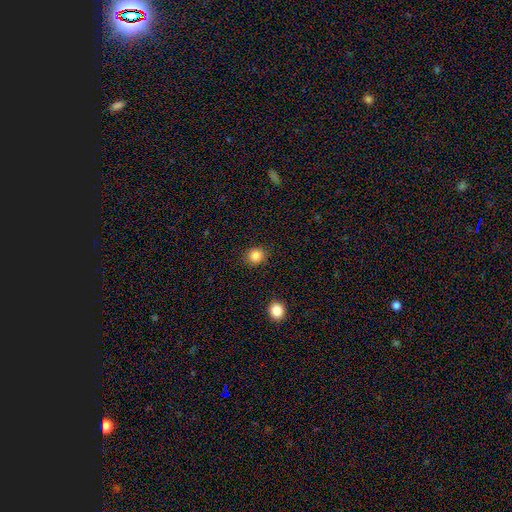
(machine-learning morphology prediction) This is clearly a smooth galaxy (86%). How rounded: clearly round (83%). Merging: clearly none (90%).